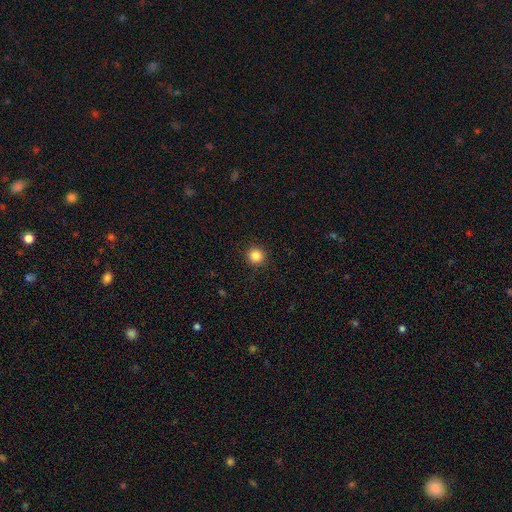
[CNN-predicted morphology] Smooth or featured? Predicted: smooth (p=0.85). How rounded? Predicted: round (p=0.95). Merging? Predicted: none (p=0.93).